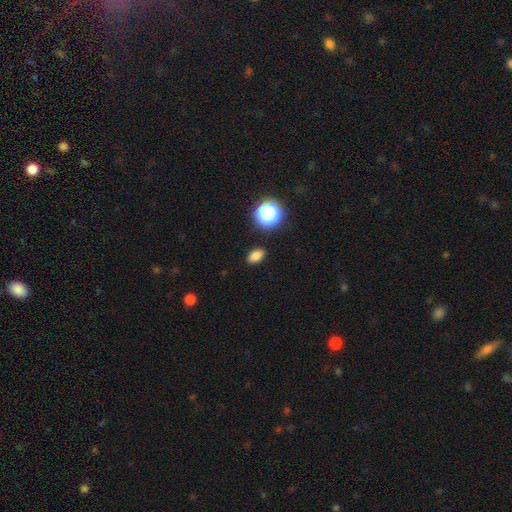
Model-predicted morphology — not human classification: This is clearly a smooth galaxy (80%). How rounded: clearly in between (82%). Merging: clearly none (88%).